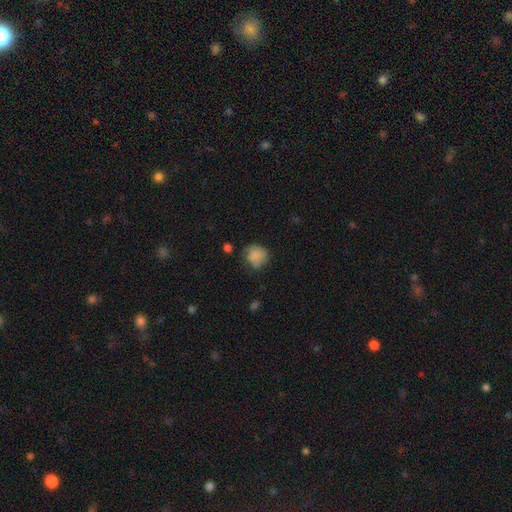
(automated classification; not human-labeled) This appears to be a smooth galaxy with no disk features (74%) that is round (70%). Merging: none (52%).